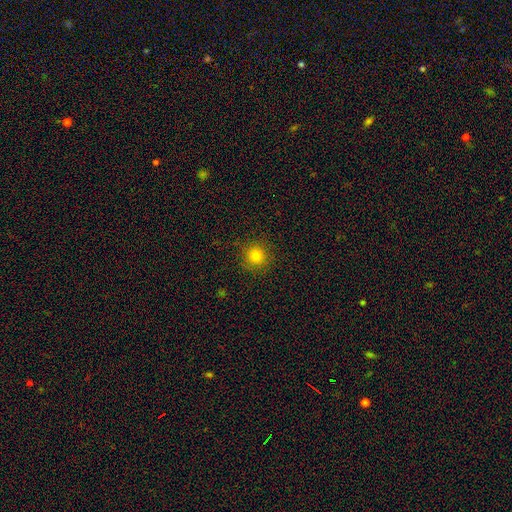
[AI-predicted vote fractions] Smooth or featured: smooth — 81% (star or artifact — 14%)
How rounded: round — 94% (in between — 5%)
Merging: none — 89% (minor disturbance — 7%)